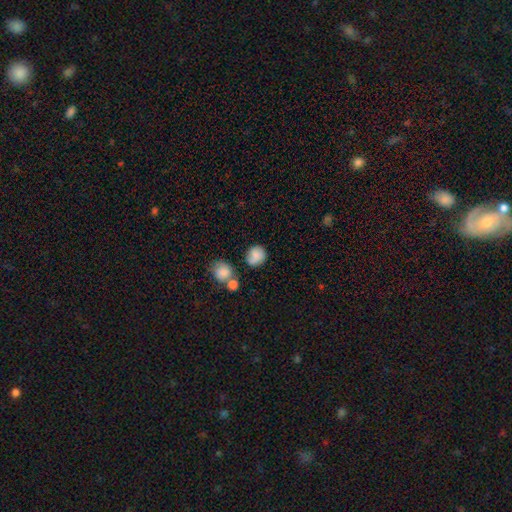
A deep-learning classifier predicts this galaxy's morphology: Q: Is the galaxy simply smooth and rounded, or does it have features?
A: smooth — 79%.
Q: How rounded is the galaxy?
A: round — 76%.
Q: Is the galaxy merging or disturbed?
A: none — 65%.